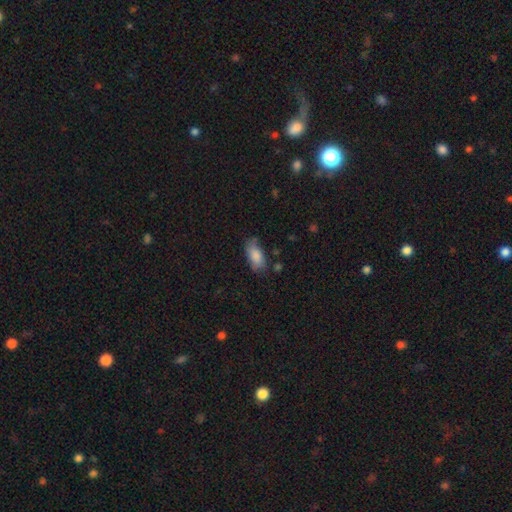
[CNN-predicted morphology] This is clearly a smooth galaxy (84%). How rounded: clearly in between (90%). Merging: likely none (66%).